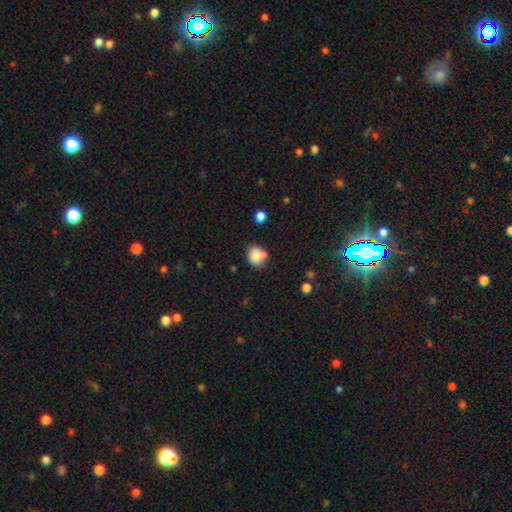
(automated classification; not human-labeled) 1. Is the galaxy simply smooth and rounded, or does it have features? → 82% smooth, 10% star or artifact, 8% featured or disk.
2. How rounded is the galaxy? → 70% round, 29% in between, 1% cigar-shaped.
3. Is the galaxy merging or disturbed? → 58% none, 20% merger, 17% minor disturbance, 5% major disturbance.